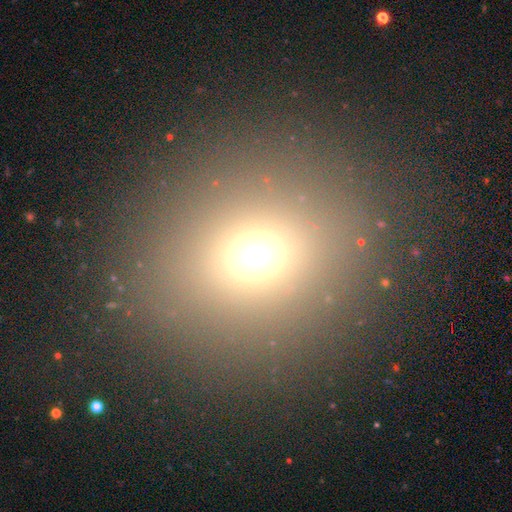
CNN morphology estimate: This appears to be a smooth galaxy with no disk features (66%) that is round (80%). Merging: none (87%).